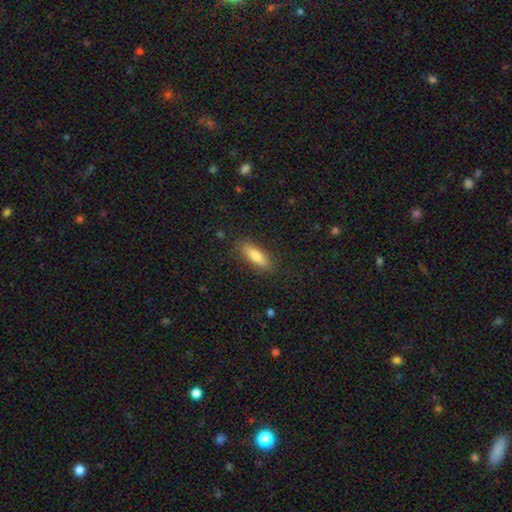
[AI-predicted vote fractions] smooth 80%, featured or disk 13%, star or artifact 7%. Down the decision tree: how rounded — cigar-shaped (51%); merging — none (86%).